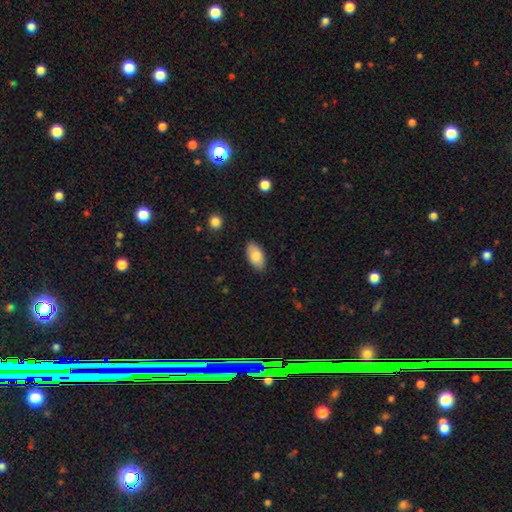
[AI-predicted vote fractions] This is clearly a smooth galaxy (81%). How rounded: clearly in between (94%). Merging: clearly none (86%).